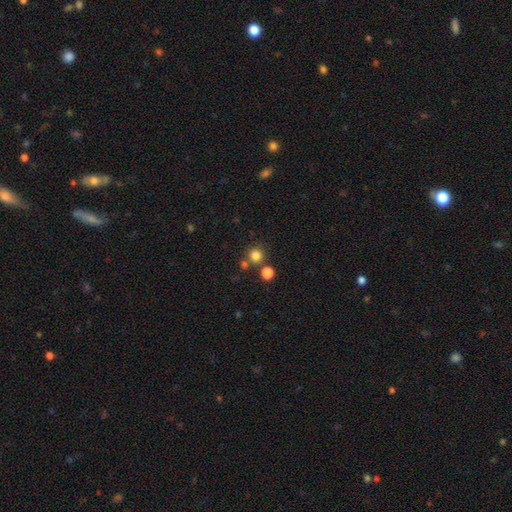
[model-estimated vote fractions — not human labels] Morphology: type=smooth (80%); roundness=round (92%); merging=none (74%).